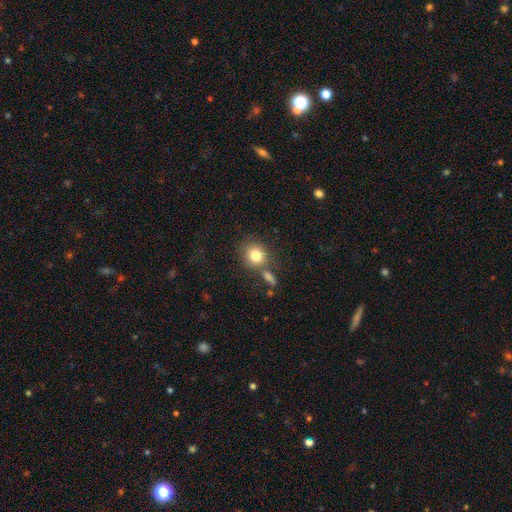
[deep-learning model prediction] The model was most divided on "merging": none: 63%, merger: 19%, minor disturbance: 13%, major disturbance: 5%. More confident: how rounded — round (84%); smooth or featured — smooth (81%).